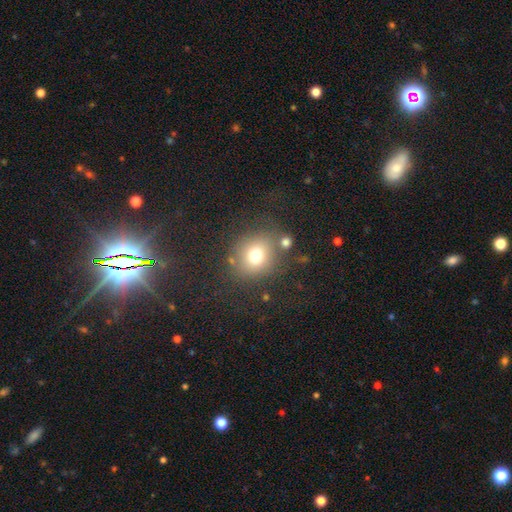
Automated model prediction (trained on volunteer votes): Morphology: type=smooth (74%); roundness=round (77%); merging=none (73%).